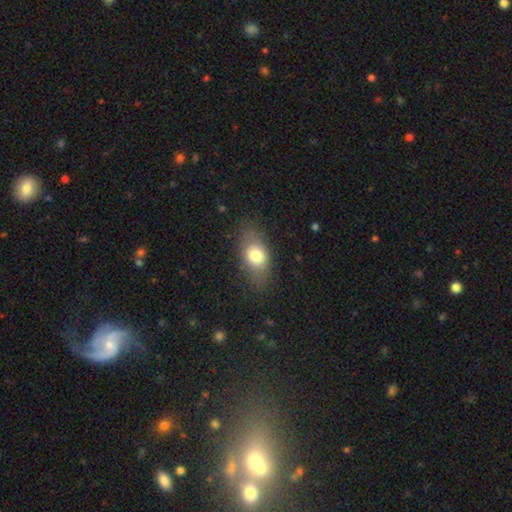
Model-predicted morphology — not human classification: This is likely a smooth galaxy (76%). How rounded: likely in between (79%). Merging: likely none (76%).